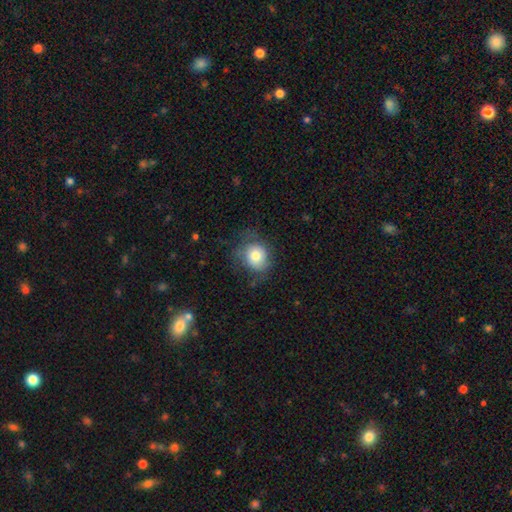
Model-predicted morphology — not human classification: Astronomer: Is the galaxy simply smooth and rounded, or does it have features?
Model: smooth — 75%.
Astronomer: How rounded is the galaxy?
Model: round — 76%.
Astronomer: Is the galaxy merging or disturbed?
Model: none — 58%.